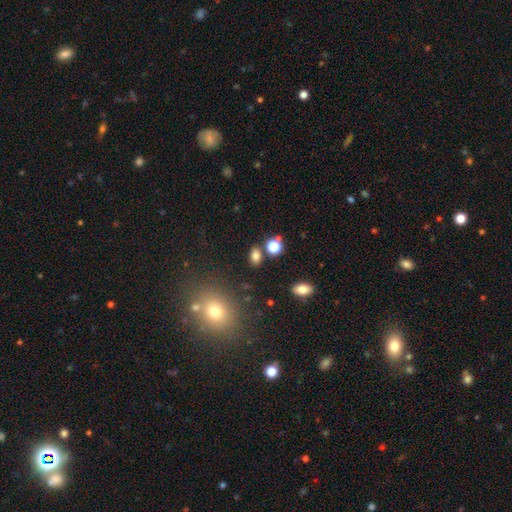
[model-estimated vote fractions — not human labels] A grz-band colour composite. It shows a smooth galaxy with no disk features (80%) that is in between round and cigar-shaped (74%). Merging: none (78%).